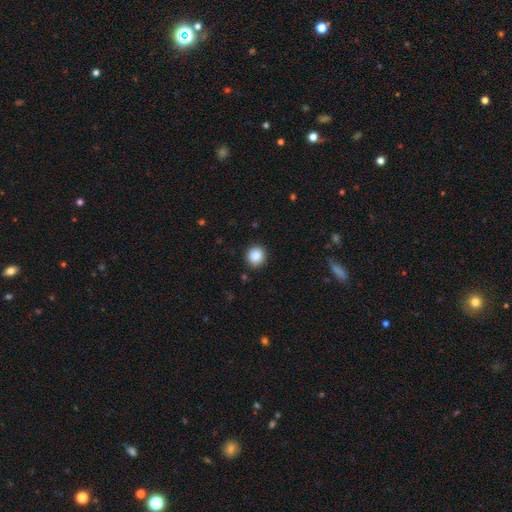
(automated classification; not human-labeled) Smooth or featured? Predicted: smooth (p=0.88). How rounded? Predicted: round (p=0.89). Merging? Predicted: none (p=0.90).